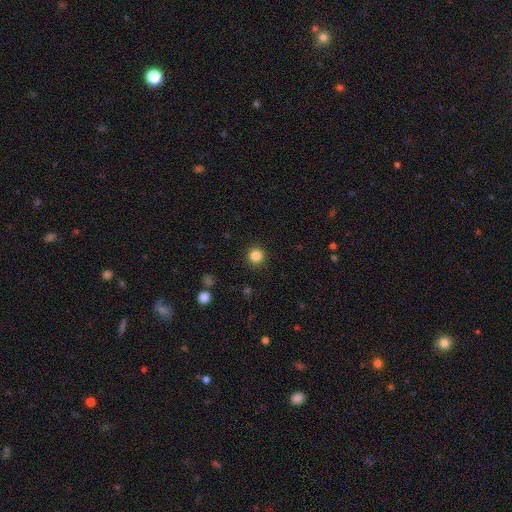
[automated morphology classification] smooth-or-featured: smooth: 85% | star or artifact: 11% | featured or disk: 4%
  how-rounded: round: 94% | in between: 5% | cigar-shaped: 1%
  merging: none: 92% | minor disturbance: 5% | major disturbance: 2% | merger: 1%